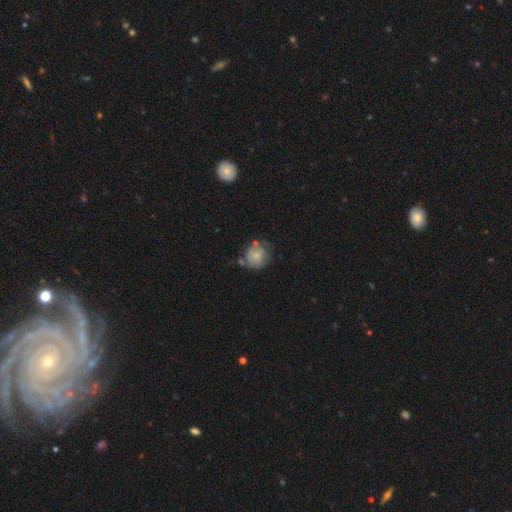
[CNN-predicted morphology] A smooth galaxy with no disk features (64%) that is round (78%). Merging: none (47%).